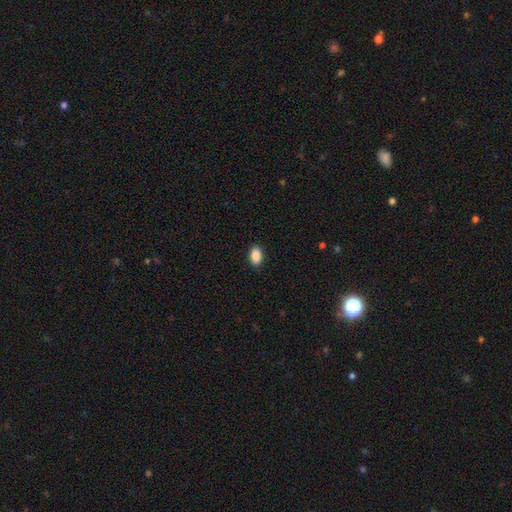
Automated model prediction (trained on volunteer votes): Q: Smooth or featured?
A: smooth (90%); runner-up: star or artifact (7%)
Q: How rounded?
A: in between (92%); runner-up: round (6%)
Q: Merging?
A: none (90%); runner-up: minor disturbance (7%)